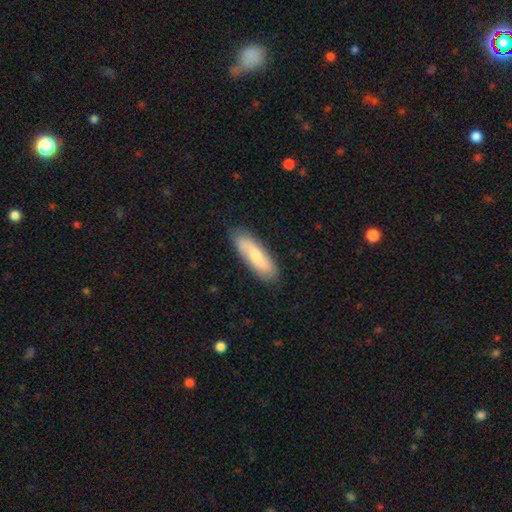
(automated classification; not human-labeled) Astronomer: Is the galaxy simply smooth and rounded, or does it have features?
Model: smooth — 60%.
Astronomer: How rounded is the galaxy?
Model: cigar-shaped — 50% (runner-up: in between, 48%).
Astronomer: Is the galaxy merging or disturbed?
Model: none — 82%.